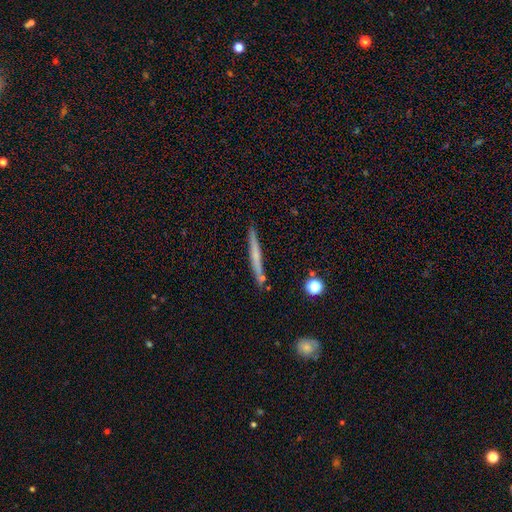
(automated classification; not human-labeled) This appears to be a smooth galaxy with no disk features (51%) that is cigar-shaped (96%). Merging: none (84%).